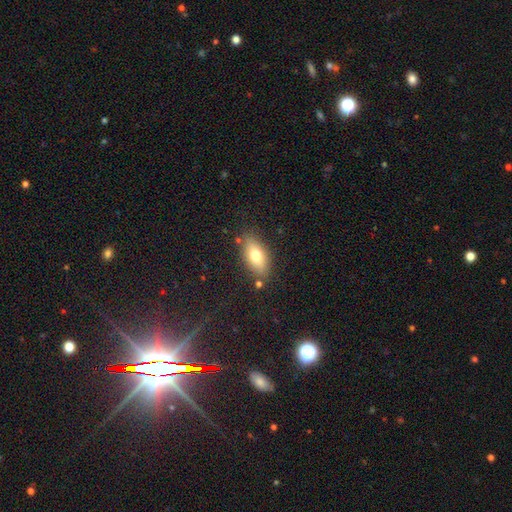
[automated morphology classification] smooth 73%, featured or disk 19%, star or artifact 8%. Down the decision tree: how rounded — in between (86%); merging — none (81%).